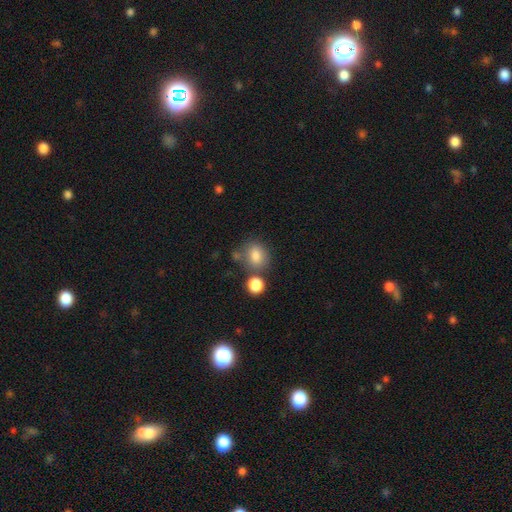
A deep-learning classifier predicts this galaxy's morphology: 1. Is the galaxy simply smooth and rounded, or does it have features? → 80% smooth, 11% star or artifact, 9% featured or disk.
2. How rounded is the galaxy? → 57% round, 42% in between, 1% cigar-shaped.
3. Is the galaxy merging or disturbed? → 62% none, 19% merger, 14% minor disturbance, 5% major disturbance.